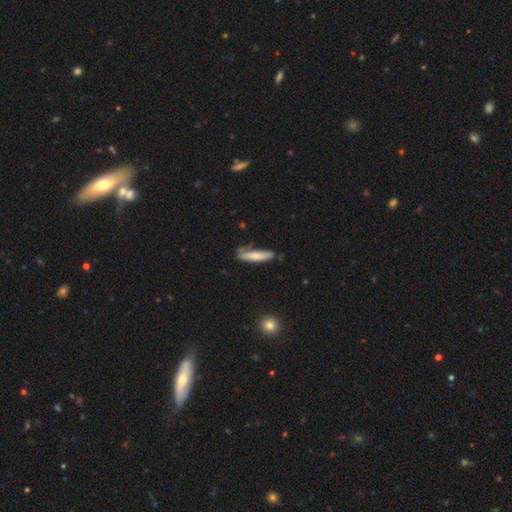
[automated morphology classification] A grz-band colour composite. It shows a smooth galaxy with no disk features (77%) that is cigar-shaped (80%). Merging: none (71%).